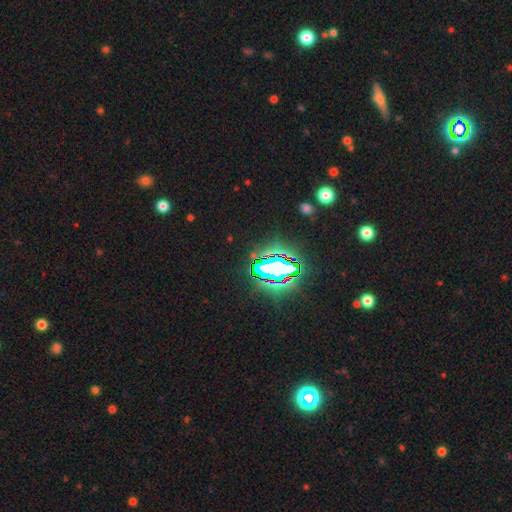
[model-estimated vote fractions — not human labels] smooth-or-featured: star or artifact: 75% | smooth: 14% | featured or disk: 11%